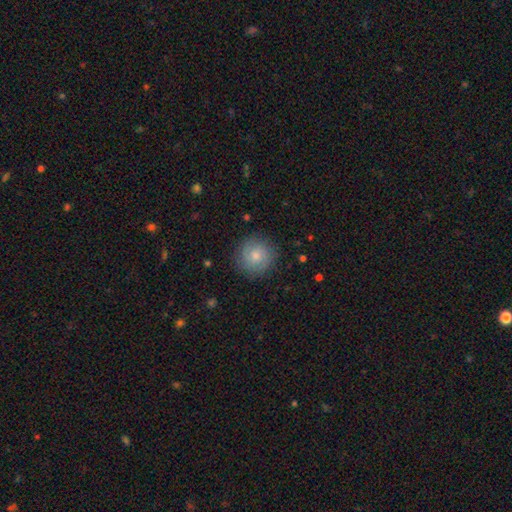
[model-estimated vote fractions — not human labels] Smooth or featured? Predicted: smooth (p=0.72). How rounded? Predicted: round (p=0.94). Merging? Predicted: none (p=0.87).